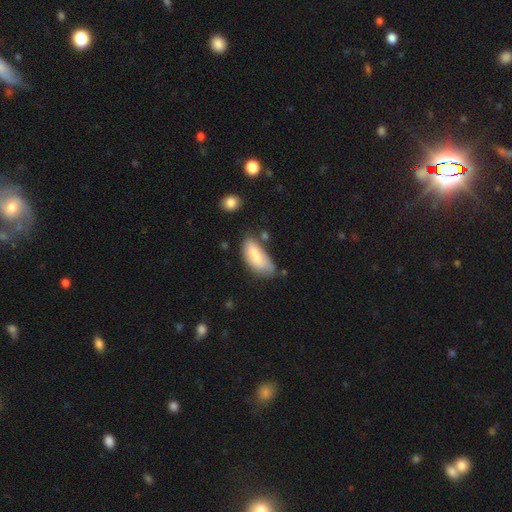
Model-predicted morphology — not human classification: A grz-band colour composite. It shows a smooth galaxy with no disk features (74%) that is in between round and cigar-shaped (84%). Merging: none (49%).